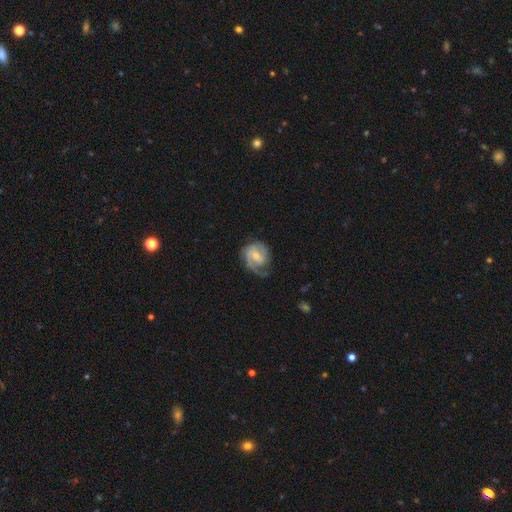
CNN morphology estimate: A featured or disk galaxy (78%) with a weak bar (52%), 2 (57%) tight (45%) spiral arms (94%) and a small central bulge (48%). Merging: none (58%).